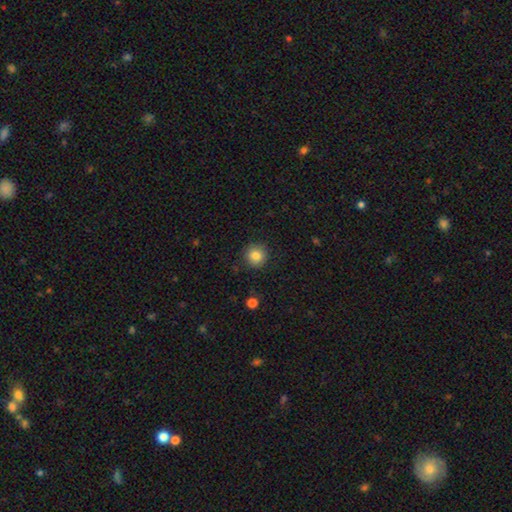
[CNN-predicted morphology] smooth 84%, star or artifact 10%, featured or disk 6%. Down the decision tree: how rounded — round (93%); merging — none (89%).